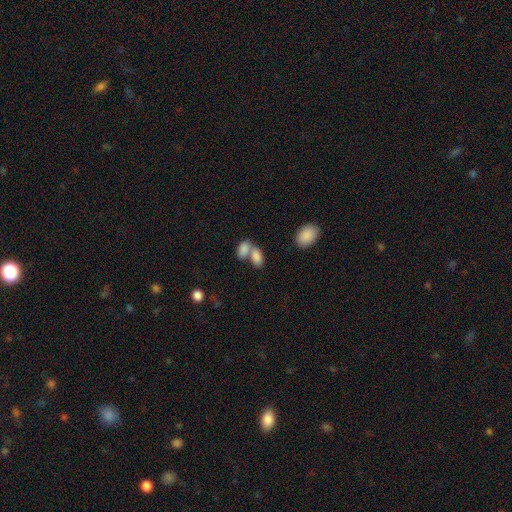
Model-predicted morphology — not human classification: smooth-or-featured: smooth: 84% | featured or disk: 9% | star or artifact: 8%
  how-rounded: in between: 92% | round: 5% | cigar-shaped: 3%
  merging: merger: 61% | none: 28% | minor disturbance: 7% | major disturbance: 4%